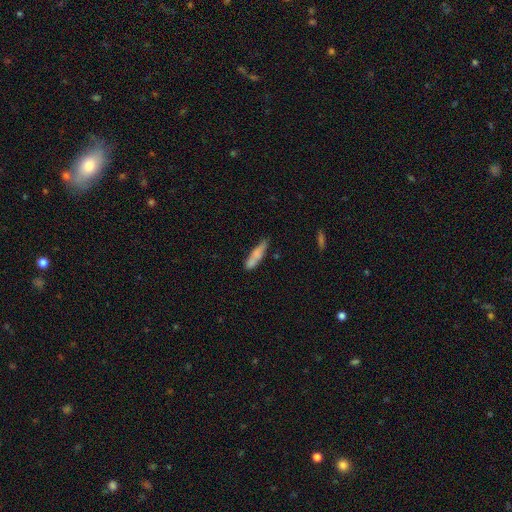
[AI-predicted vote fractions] Smooth or featured? Predicted: smooth (p=0.72). How rounded? Predicted: cigar-shaped (p=0.76). Merging? Predicted: none (p=0.58).